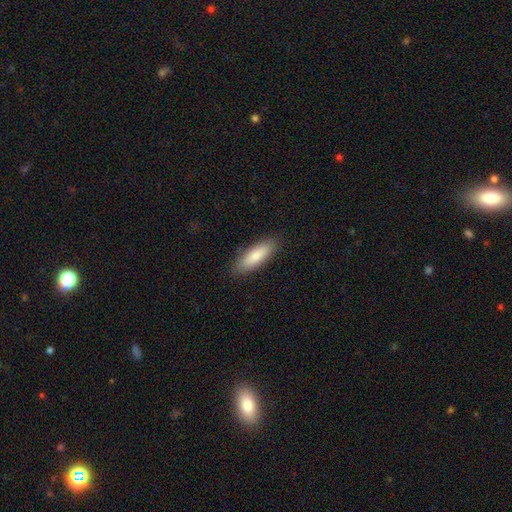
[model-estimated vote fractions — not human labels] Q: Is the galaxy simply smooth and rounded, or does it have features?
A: smooth — 83%.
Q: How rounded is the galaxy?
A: in between — 57%.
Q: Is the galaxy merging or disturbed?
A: none — 87%.